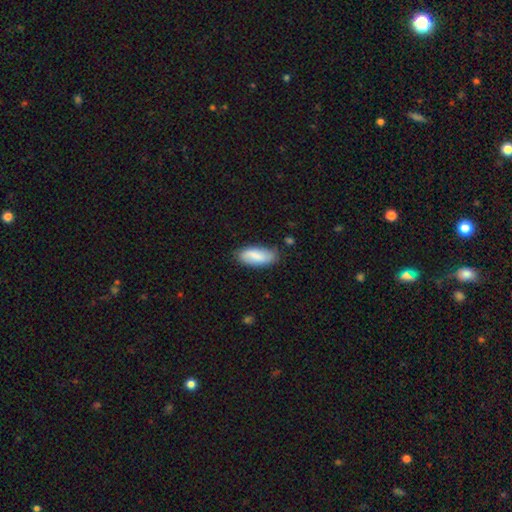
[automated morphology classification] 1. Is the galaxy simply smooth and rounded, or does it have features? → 75% smooth, 19% featured or disk, 6% star or artifact.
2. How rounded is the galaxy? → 83% in between, 15% cigar-shaped, 2% round.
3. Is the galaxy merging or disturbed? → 77% none, 18% minor disturbance, 3% major disturbance, 2% merger.